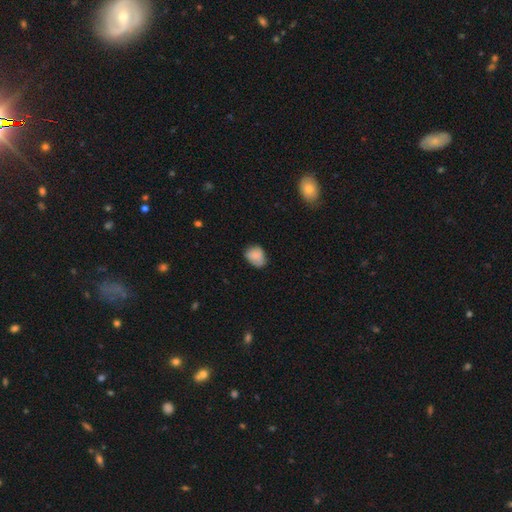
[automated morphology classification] This is clearly a smooth galaxy (83%). How rounded: likely in between (61%). Merging: possibly none (59%).